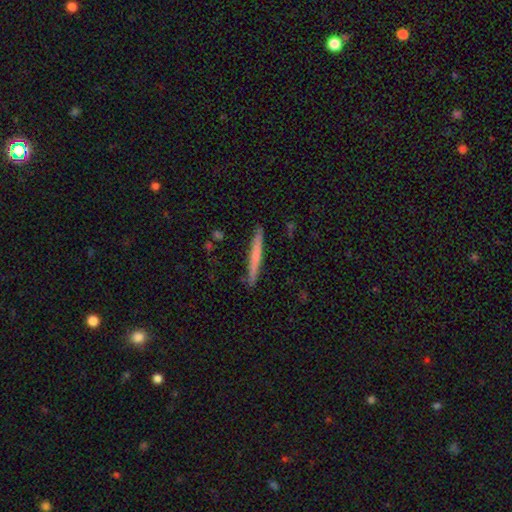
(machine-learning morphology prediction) smooth-or-featured: smooth: 59% | featured or disk: 36% | star or artifact: 5%
  how-rounded: cigar-shaped: 96% | in between: 2% | round: 1%
  merging: none: 89% | minor disturbance: 8% | major disturbance: 2% | merger: 1%